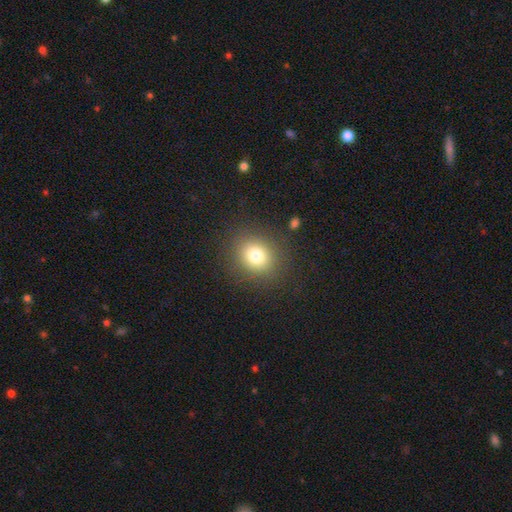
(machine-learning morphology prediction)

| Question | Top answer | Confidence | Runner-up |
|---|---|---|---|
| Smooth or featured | smooth | 77% | star or artifact (13%) |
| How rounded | round | 76% | in between (23%) |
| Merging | none | 87% | minor disturbance (8%) |